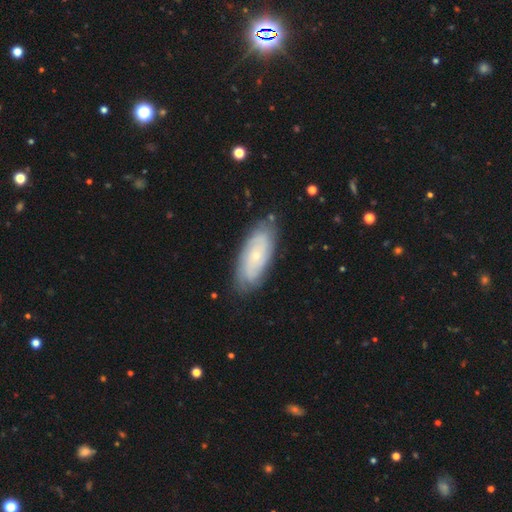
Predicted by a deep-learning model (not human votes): smooth-or-featured: featured or disk: 63% | smooth: 30% | star or artifact: 7%
  disk-edge-on: no: 89% | yes: 11%
    bar: no: 79% | weak: 17% | strong: 3%
    has-spiral-arms: yes: 85% | no: 15%
    bulge-size: small: 79% | moderate: 17% | none: 2% | large: 1% | dominant: 1%
  merging: none: 80% | minor disturbance: 15% | major disturbance: 3% | merger: 1%